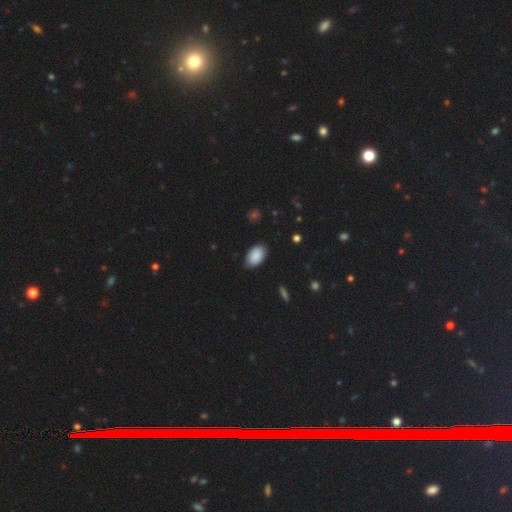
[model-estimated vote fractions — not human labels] Overall: smooth (88%). How rounded: in between (92%). Merging: none (80%).